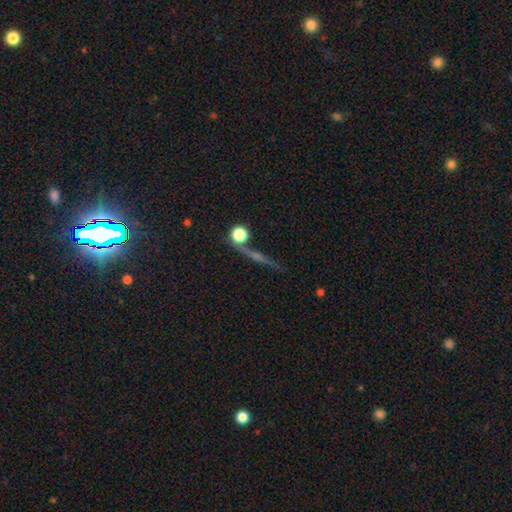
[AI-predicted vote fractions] Smooth or featured?
  - featured or disk: 50% *
  - smooth: 26%
  - star or artifact: 24%
Edge-on disk?
  - yes: 84% *
  - no: 16%
Merging?
  - none: 71% *
  - minor disturbance: 11%
  - merger: 10%
  - major disturbance: 8%